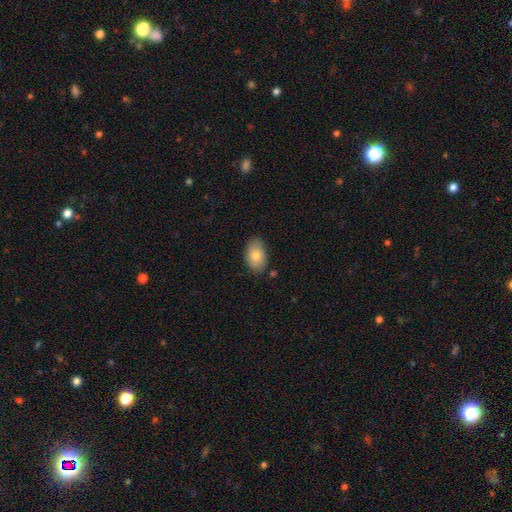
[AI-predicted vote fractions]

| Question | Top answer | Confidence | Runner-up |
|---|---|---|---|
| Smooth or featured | smooth | 81% | featured or disk (12%) |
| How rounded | in between | 89% | round (10%) |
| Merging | none | 82% | minor disturbance (14%) |